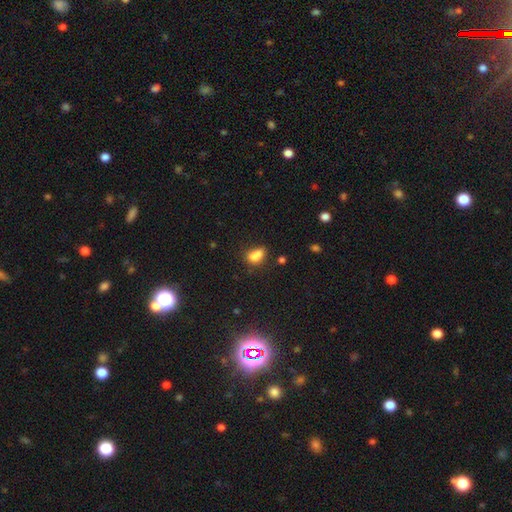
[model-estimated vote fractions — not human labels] Smooth or featured?
  - smooth: 79% *
  - star or artifact: 12%
  - featured or disk: 9%
How rounded?
  - in between: 80% *
  - round: 14%
  - cigar-shaped: 6%
Merging?
  - none: 45% *
  - minor disturbance: 24%
  - merger: 21%
  - major disturbance: 9%